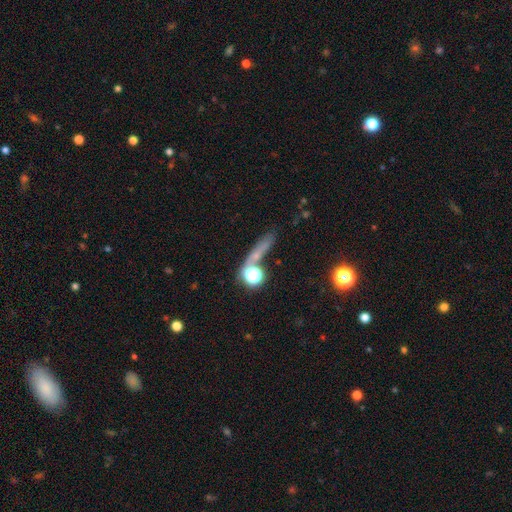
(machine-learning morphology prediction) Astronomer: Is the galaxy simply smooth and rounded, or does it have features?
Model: smooth — 51% (runner-up: star or artifact, 27%).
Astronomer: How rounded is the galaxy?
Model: cigar-shaped — 50% (runner-up: round, 32%).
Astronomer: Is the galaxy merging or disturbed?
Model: none — 61%.